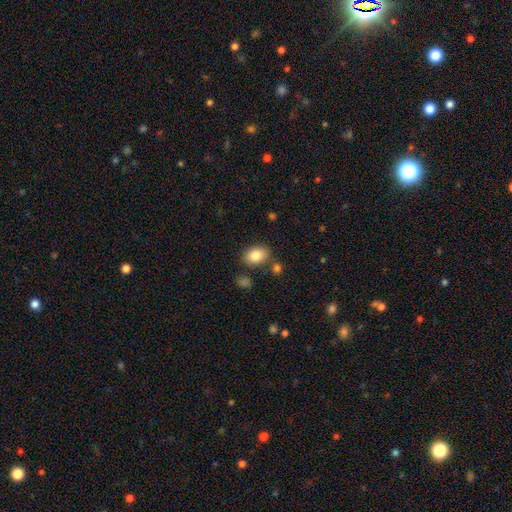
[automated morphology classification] Smooth or featured? Predicted: smooth (p=0.84). How rounded? Predicted: in between (p=0.81). Merging? Predicted: none (p=0.79).